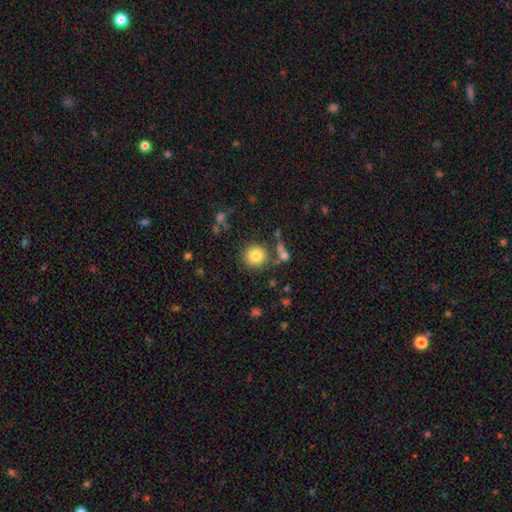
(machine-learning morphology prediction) smooth_or_featured: smooth (p=0.82) [alt: star or artifact p=0.10]
how_rounded: round (p=0.91) [alt: in between p=0.08]
merging: none (p=0.78) [alt: minor disturbance p=0.09]